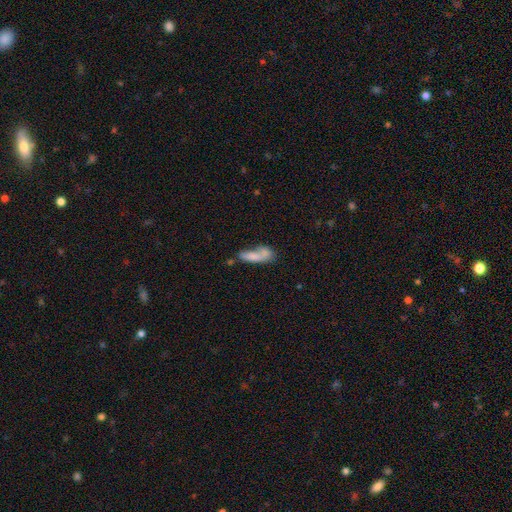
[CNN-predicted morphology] This appears to be a smooth galaxy with no disk features (71%) that is in between round and cigar-shaped (49%). Merging: merger (35%).